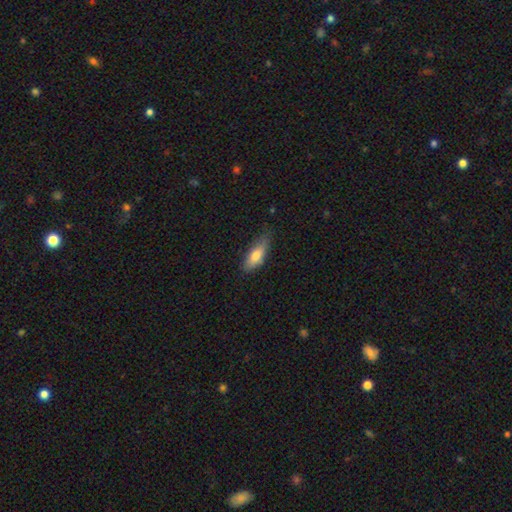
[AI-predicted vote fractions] Overall: smooth (76%). How rounded: in between (64%; cigar-shaped 34%). Merging: none (67%).